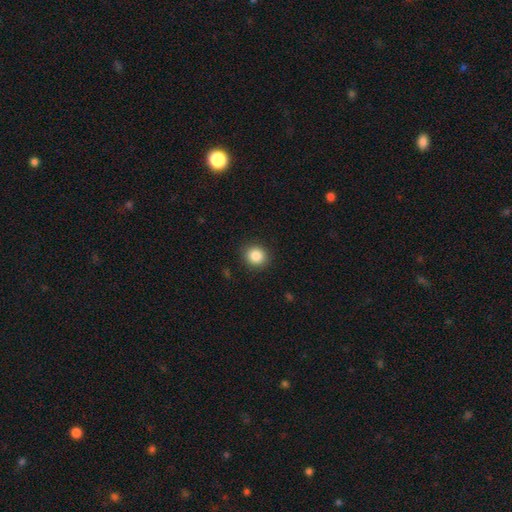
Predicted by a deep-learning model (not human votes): smooth 86%, star or artifact 9%, featured or disk 4%. Down the decision tree: how rounded — round (85%); merging — none (89%).